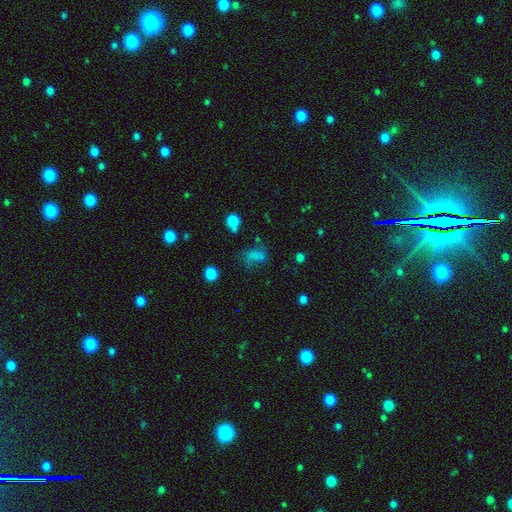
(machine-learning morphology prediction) Q: Smooth or featured?
A: smooth (61%); runner-up: star or artifact (22%)
Q: How rounded?
A: in between (69%); runner-up: round (25%)
Q: Merging?
A: none (41%); runner-up: major disturbance (27%)